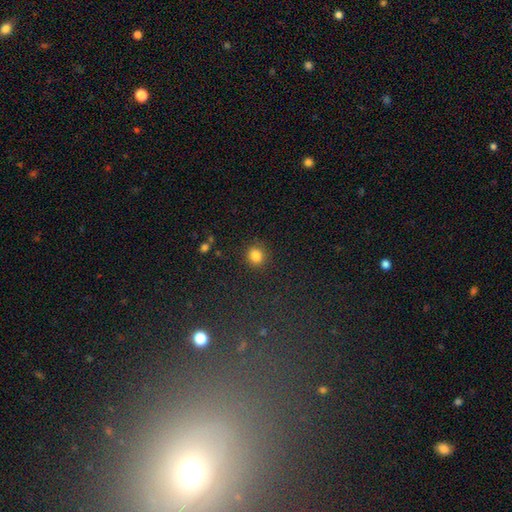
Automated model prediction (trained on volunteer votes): Smooth or featured: smooth — 83% (star or artifact — 12%)
How rounded: round — 82% (in between — 17%)
Merging: none — 88% (minor disturbance — 8%)